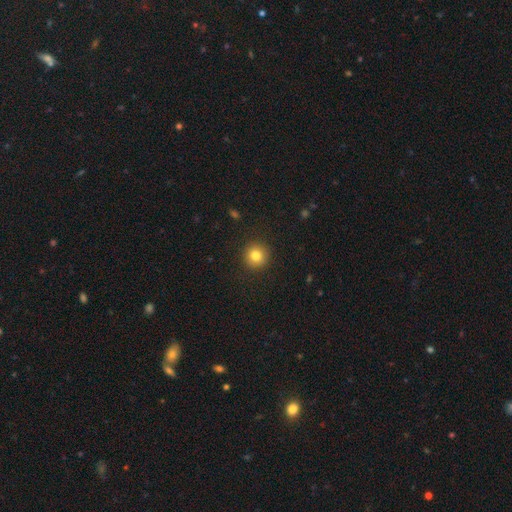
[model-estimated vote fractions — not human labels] Smooth or featured: smooth — 81% (star or artifact — 11%)
How rounded: round — 94% (in between — 5%)
Merging: none — 92% (minor disturbance — 5%)